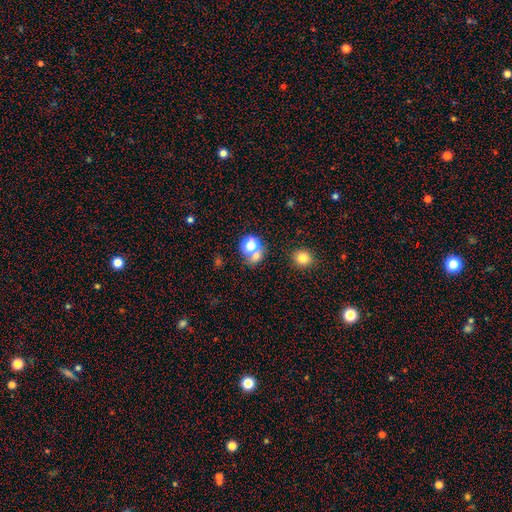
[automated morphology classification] smooth-or-featured: smooth: 65% | star or artifact: 26% | featured or disk: 9%
  how-rounded: round: 76% | in between: 23% | cigar-shaped: 1%
  merging: none: 57% | merger: 30% | minor disturbance: 8% | major disturbance: 5%